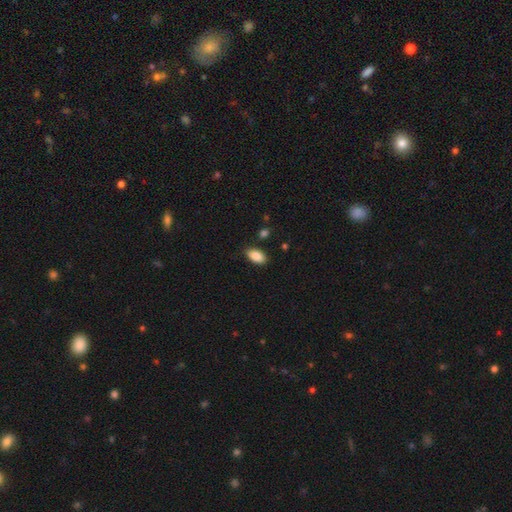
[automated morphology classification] A smooth galaxy with no disk features (88%) that is in between round and cigar-shaped (93%).

Vote fractions:
- Smooth or featured? smooth: 88% / star or artifact: 7% / featured or disk: 5%
- How rounded? in between: 93% / round: 3% / cigar-shaped: 3%
- Merging? none: 86% / minor disturbance: 10% / major disturbance: 2% / merger: 2%